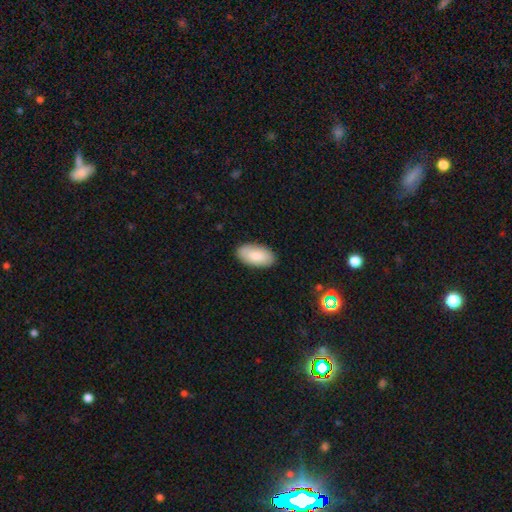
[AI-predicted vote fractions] The model was most divided on "smooth or featured": smooth: 86%, featured or disk: 9%, star or artifact: 6%. More confident: how rounded — in between (95%); merging — none (89%).